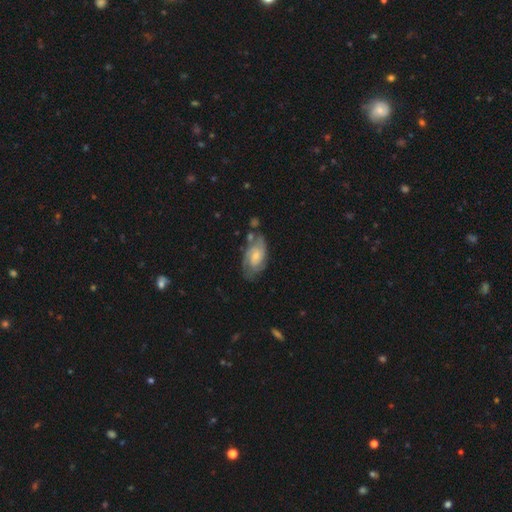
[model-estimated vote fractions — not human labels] Q: Smooth or featured?
A: featured or disk (69%); runner-up: smooth (24%)
Q: Edge-on disk?
A: no (96%); runner-up: yes (4%)
Q: Bar?
A: no (56%); runner-up: weak (38%)
Q: Spiral arms?
A: yes (92%); runner-up: no (8%)
Q: Spiral winding?
A: tight (47%); runner-up: medium (41%)
Q: Spiral arm count?
A: 2 (51%); runner-up: can't tell (23%)
Q: Bulge size?
A: small (48%); runner-up: moderate (34%)
Q: Merging?
A: none (59%); runner-up: minor disturbance (23%)